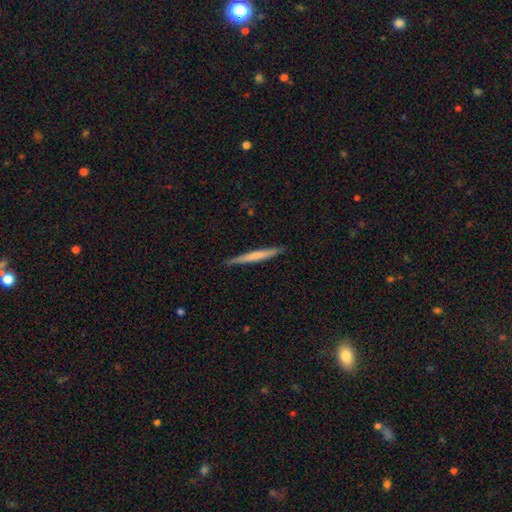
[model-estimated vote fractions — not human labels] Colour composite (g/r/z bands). It shows a smooth galaxy with no disk features (60%) that is cigar-shaped (97%). Merging: none (90%).